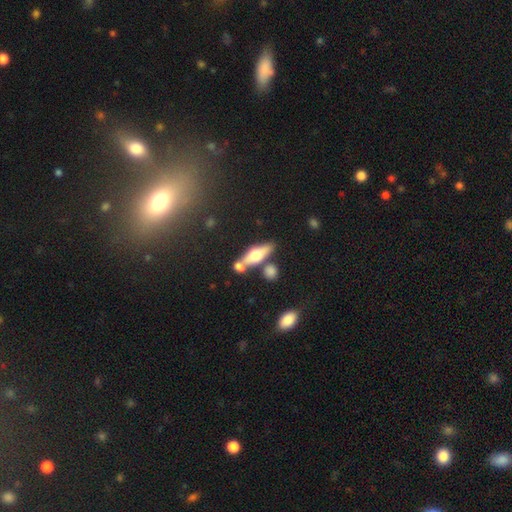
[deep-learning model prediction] smooth 46% (tied), featured or disk 46% (tied), star or artifact 8%. Down the decision tree: merging — none (59%).